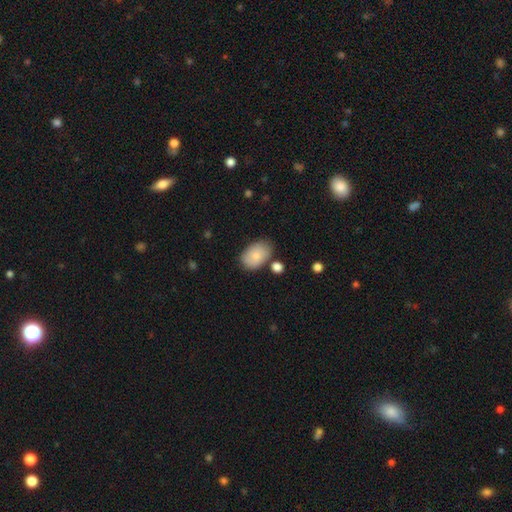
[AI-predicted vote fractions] Q: Smooth or featured?
A: smooth (81%); runner-up: featured or disk (13%)
Q: How rounded?
A: in between (88%); runner-up: round (11%)
Q: Merging?
A: none (70%); runner-up: minor disturbance (19%)